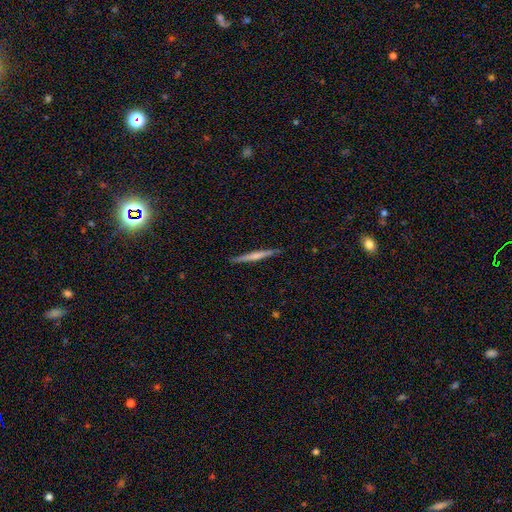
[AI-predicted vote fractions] smooth-or-featured: featured or disk: 50% | smooth: 44% | star or artifact: 6%
  merging: none: 90% | minor disturbance: 8% | major disturbance: 1% | merger: 1%